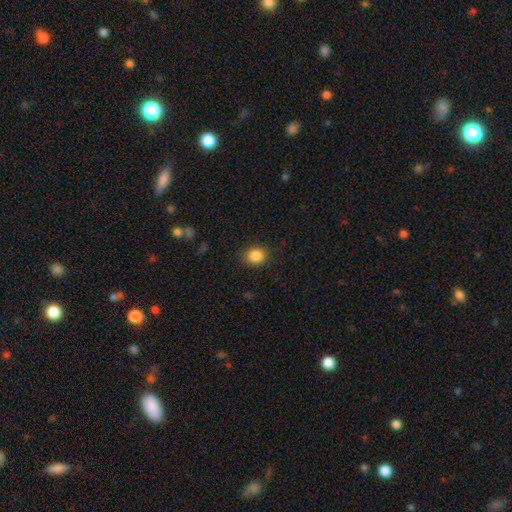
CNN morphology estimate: type=smooth (86%); roundness=round (68%); merging=none (88%).